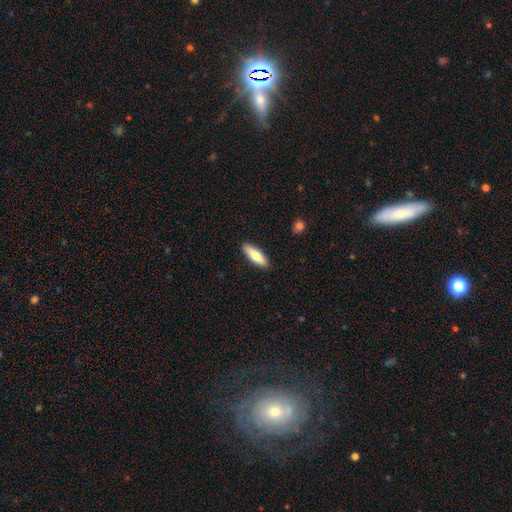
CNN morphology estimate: A smooth galaxy with no disk features (80%) that is in between round and cigar-shaped (51%).

Vote fractions:
- Smooth or featured? smooth: 80% / featured or disk: 15% / star or artifact: 5%
- How rounded? in between: 51% / cigar-shaped: 47% / round: 2%
- Merging? none: 90% / minor disturbance: 8% / major disturbance: 2% / merger: 1%